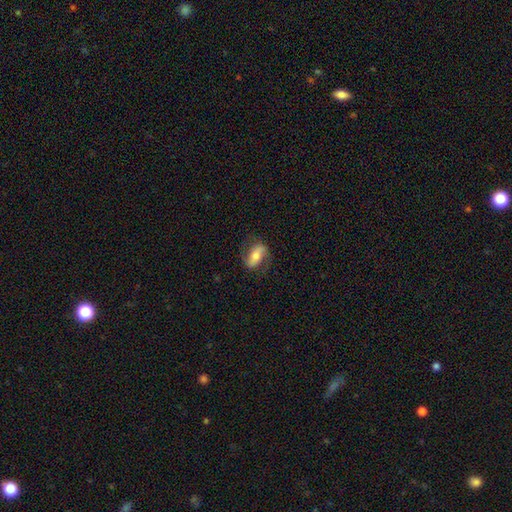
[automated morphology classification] Smooth or featured? Predicted: smooth (p=0.51). How rounded? Predicted: in between (p=0.84). Merging? Predicted: none (p=0.73).